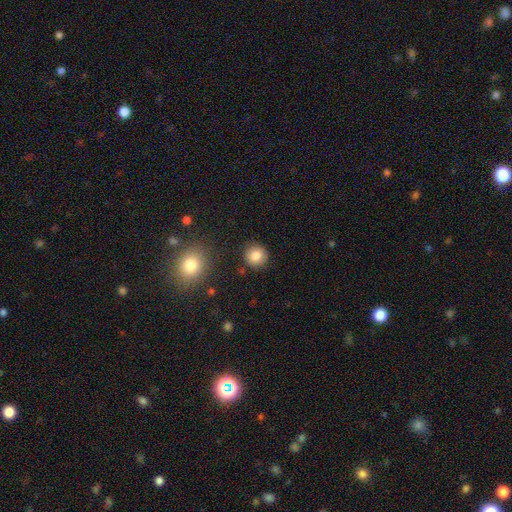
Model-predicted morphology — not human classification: type=smooth (85%); roundness=round (91%); merging=none (88%).